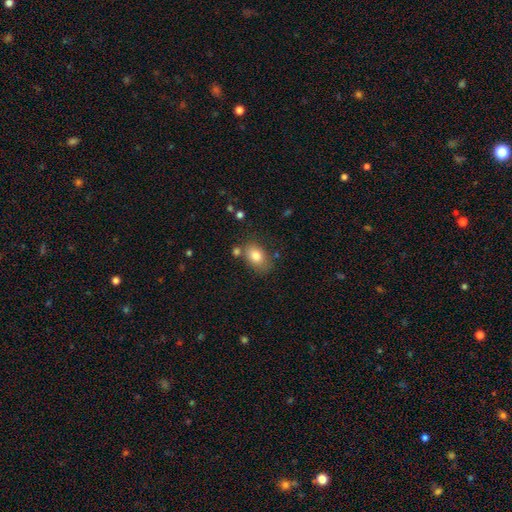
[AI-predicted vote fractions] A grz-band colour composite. It shows a smooth galaxy with no disk features (81%) that is in between round and cigar-shaped (80%). Merging: none (68%).